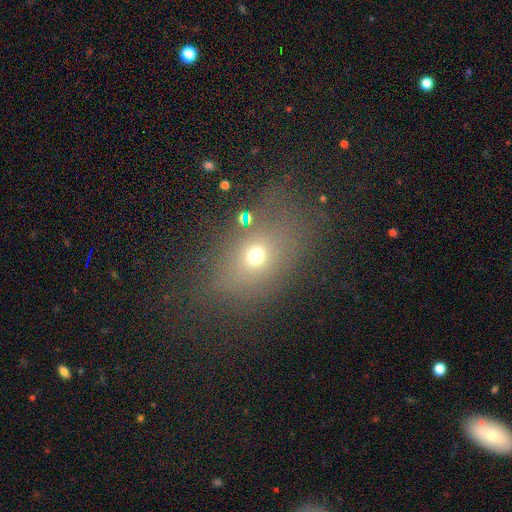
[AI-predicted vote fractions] This is likely a smooth galaxy (64%). How rounded: likely in between (61%). Merging: likely none (67%).